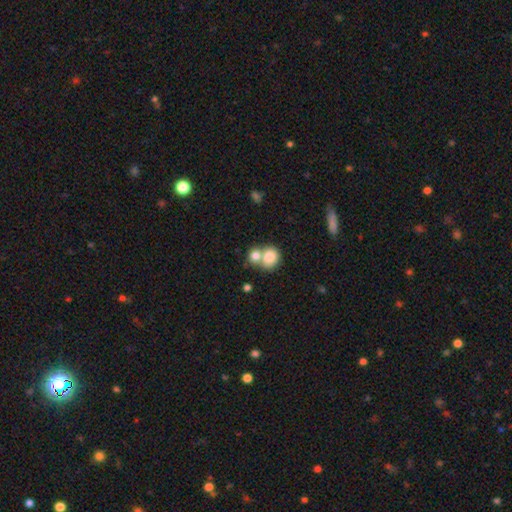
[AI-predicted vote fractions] Smooth or featured?
  - smooth: 80% *
  - featured or disk: 11%
  - star or artifact: 9%
How rounded?
  - round: 73% *
  - in between: 25%
  - cigar-shaped: 1%
Merging?
  - merger: 57% *
  - none: 33%
  - minor disturbance: 7%
  - major disturbance: 3%